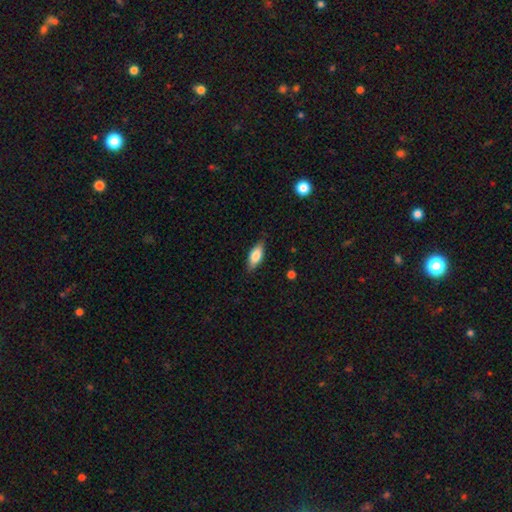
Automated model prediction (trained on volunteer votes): A smooth galaxy with no disk features (77%) that is in between round and cigar-shaped (80%).

Vote fractions:
- Smooth or featured? smooth: 77% / featured or disk: 17% / star or artifact: 6%
- How rounded? in between: 80% / cigar-shaped: 17% / round: 3%
- Merging? none: 84% / minor disturbance: 12% / major disturbance: 2% / merger: 1%